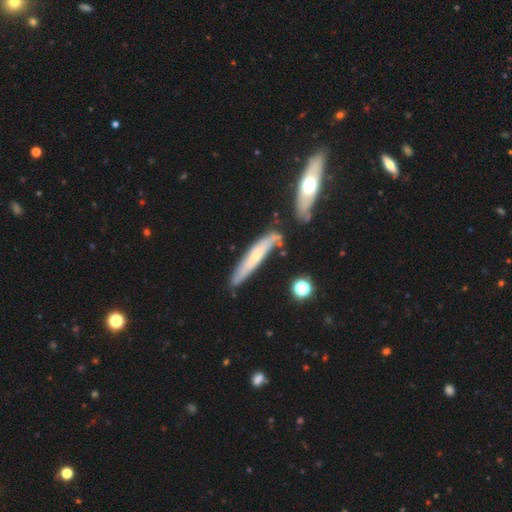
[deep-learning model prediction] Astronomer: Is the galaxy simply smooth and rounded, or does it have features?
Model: featured or disk — 51% (runner-up: smooth, 43%).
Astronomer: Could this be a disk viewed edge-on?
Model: yes — 75%.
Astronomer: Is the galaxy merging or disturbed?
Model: none — 67%.